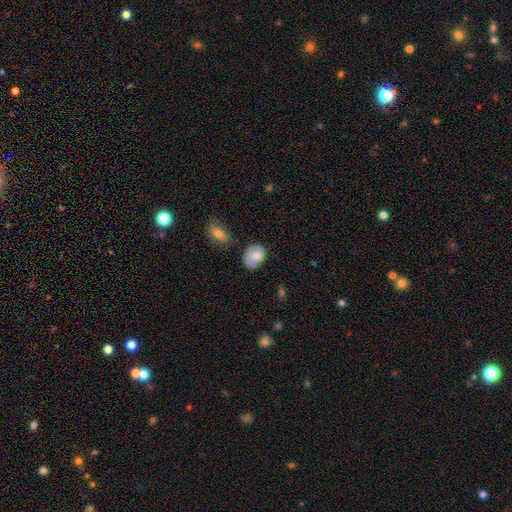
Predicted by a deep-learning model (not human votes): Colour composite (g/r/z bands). It shows a smooth galaxy with no disk features (70%) that is in between round and cigar-shaped (57%). Merging: none (50%).